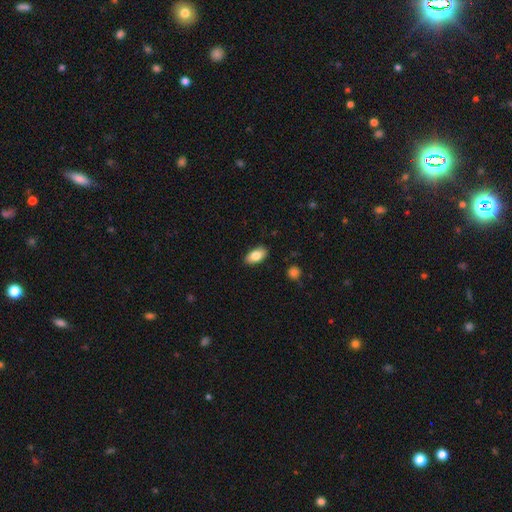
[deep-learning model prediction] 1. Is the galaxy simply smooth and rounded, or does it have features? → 81% smooth, 12% featured or disk, 7% star or artifact.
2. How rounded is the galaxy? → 92% in between, 4% round, 4% cigar-shaped.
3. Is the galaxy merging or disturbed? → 87% none, 10% minor disturbance, 2% major disturbance, 1% merger.